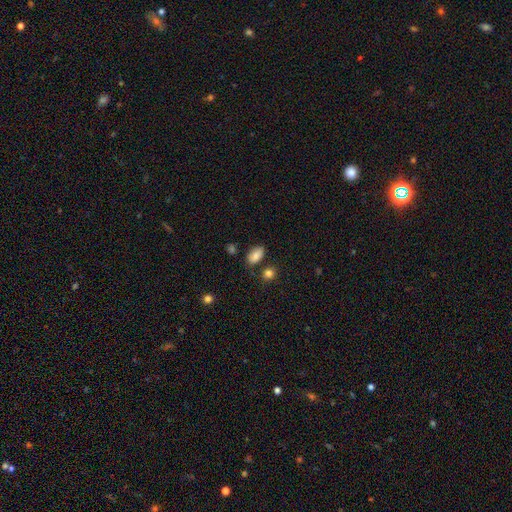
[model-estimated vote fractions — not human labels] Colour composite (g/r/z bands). It shows a smooth galaxy with no disk features (85%) that is in between round and cigar-shaped (89%). Merging: none (73%).